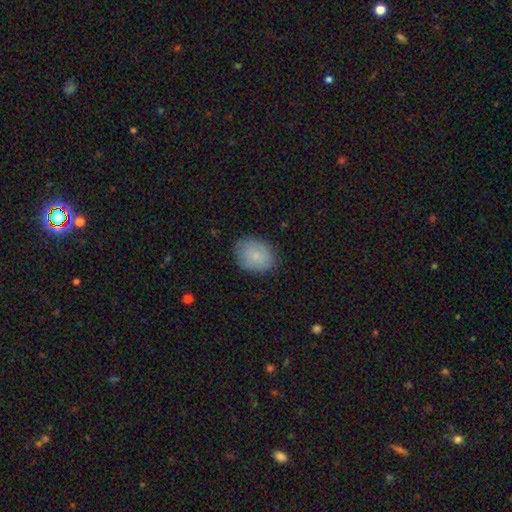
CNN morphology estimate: This appears to be a smooth galaxy with no disk features (81%) that is in between round and cigar-shaped (66%). Merging: none (80%).